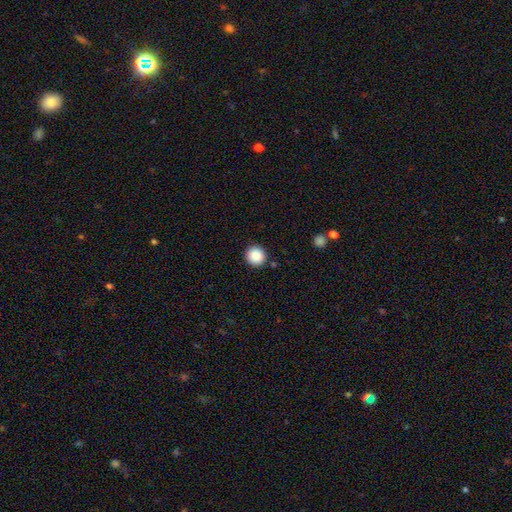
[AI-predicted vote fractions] Q: Smooth or featured?
A: smooth (87%); runner-up: star or artifact (9%)
Q: How rounded?
A: round (94%); runner-up: in between (5%)
Q: Merging?
A: none (91%); runner-up: minor disturbance (6%)